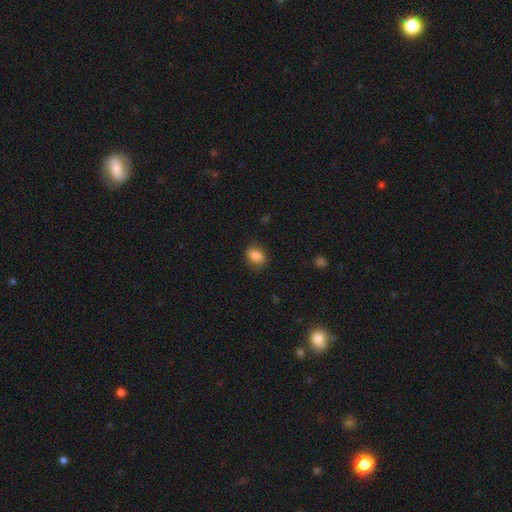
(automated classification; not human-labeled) smooth 85%, star or artifact 9%, featured or disk 6%. Down the decision tree: how rounded — in between (74%); merging — none (79%).